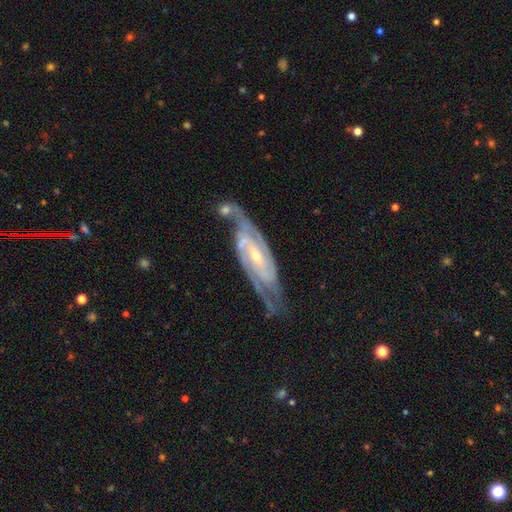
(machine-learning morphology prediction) smooth_or_featured: featured or disk (p=0.91) [alt: star or artifact p=0.04]
disk_edge_on: no (p=0.92) [alt: yes p=0.08]
bar: weak (p=0.41) [alt: strong p=0.31]
has_spiral_arms: yes (p=0.98) [alt: no p=0.02]
spiral_winding: tight (p=0.50) [alt: medium p=0.42]
spiral_arm_count: 2 (p=0.75) [alt: 3 p=0.10]
bulge_size: small (p=0.63) [alt: moderate p=0.34]
merging: none (p=0.59) [alt: minor disturbance p=0.20]